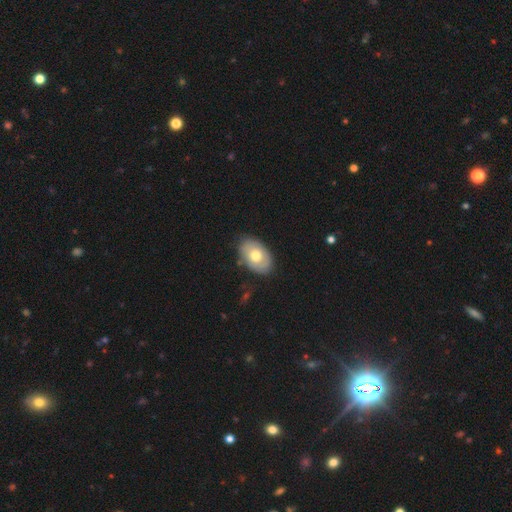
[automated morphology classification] Smooth or featured? smooth (61%)
How rounded? in between (87%)
Merging? none (80%)